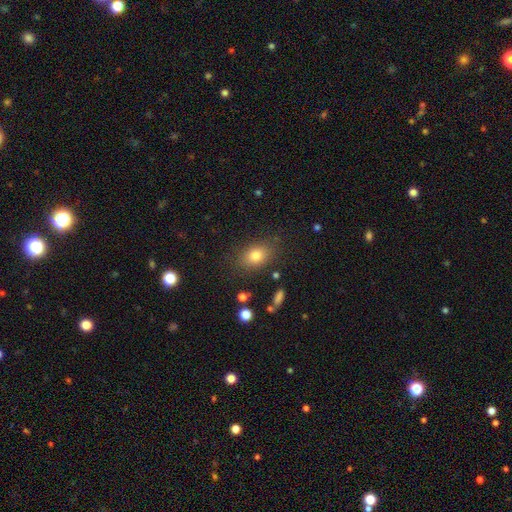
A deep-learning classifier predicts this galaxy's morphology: This is likely a smooth galaxy (79%). How rounded: likely in between (71%). Merging: clearly none (81%).